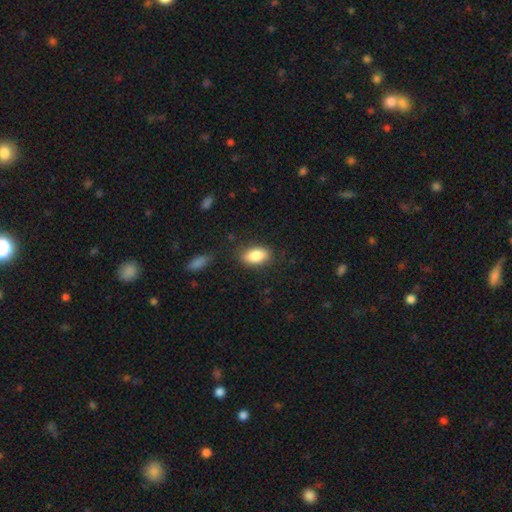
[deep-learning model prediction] smooth_or_featured: smooth (p=0.84) [alt: featured or disk p=0.09]
how_rounded: in between (p=0.90) [alt: round p=0.06]
merging: none (p=0.83) [alt: minor disturbance p=0.12]